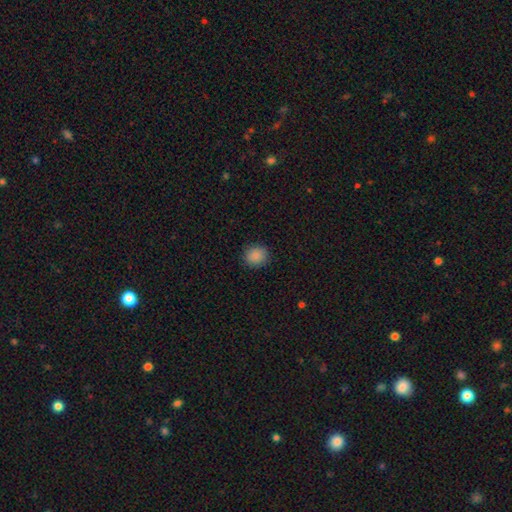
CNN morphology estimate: This is clearly a smooth galaxy (88%). How rounded: clearly round (83%). Merging: clearly none (89%).